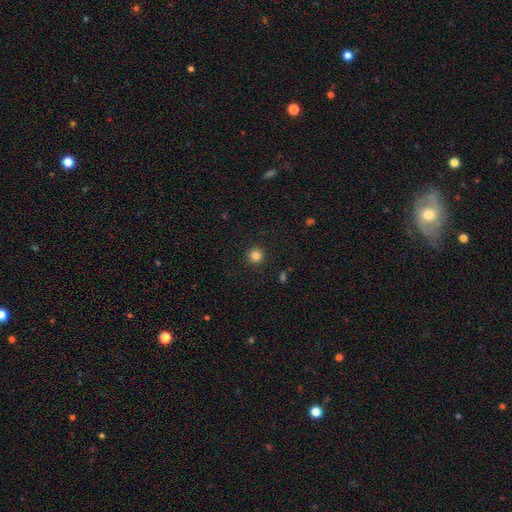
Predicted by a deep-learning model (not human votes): A smooth galaxy with no disk features (84%) that is round (95%).

Vote fractions:
- Smooth or featured? smooth: 84% / star or artifact: 12% / featured or disk: 4%
- How rounded? round: 95% / in between: 4% / cigar-shaped: 1%
- Merging? none: 92% / minor disturbance: 5% / major disturbance: 2% / merger: 1%